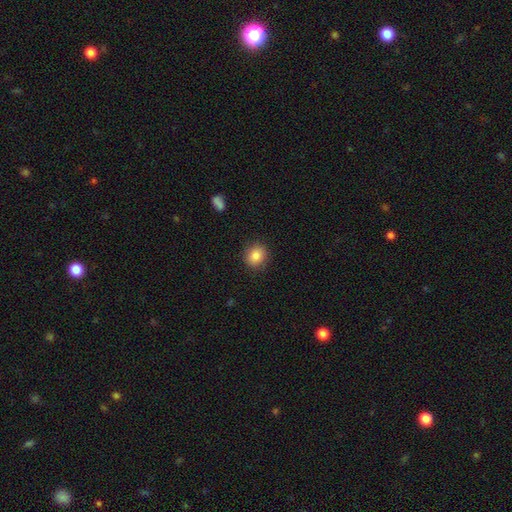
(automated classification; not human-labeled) Q: Smooth or featured?
A: smooth (86%); runner-up: star or artifact (9%)
Q: How rounded?
A: round (78%); runner-up: in between (21%)
Q: Merging?
A: none (89%); runner-up: minor disturbance (8%)